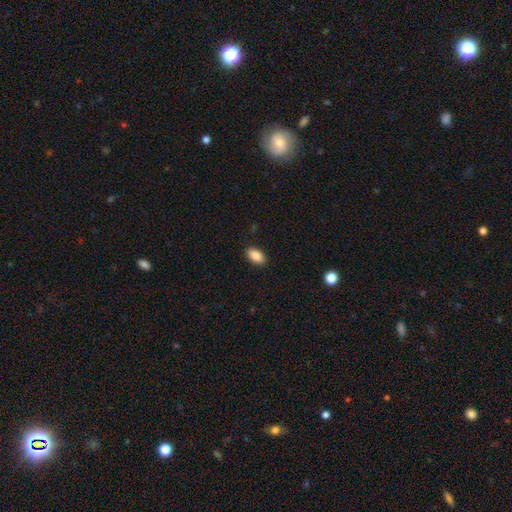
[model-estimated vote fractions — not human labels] smooth-or-featured: smooth: 89% | star or artifact: 7% | featured or disk: 4%
  how-rounded: in between: 93% | round: 4% | cigar-shaped: 3%
  merging: none: 89% | minor disturbance: 8% | major disturbance: 2% | merger: 1%